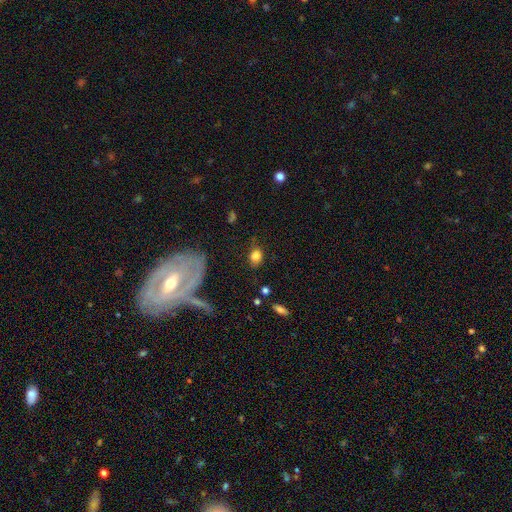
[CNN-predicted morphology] This is clearly a smooth galaxy (81%). How rounded: possibly in between (52%). Merging: likely none (74%).